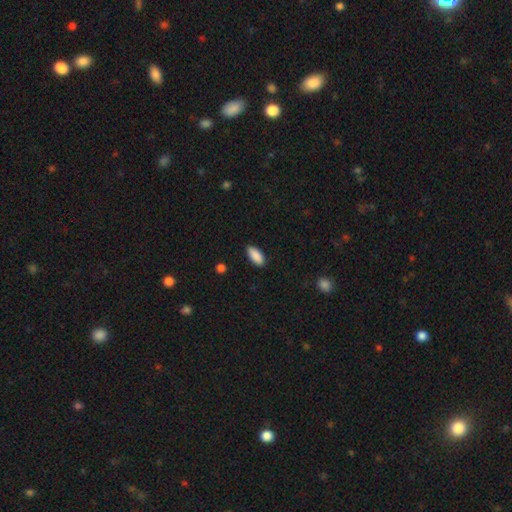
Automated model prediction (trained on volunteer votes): This is clearly a smooth galaxy (90%). How rounded: clearly in between (87%). Merging: clearly none (87%).